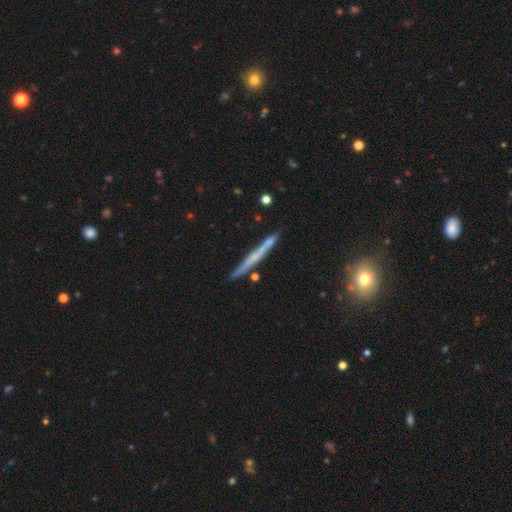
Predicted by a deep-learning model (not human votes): Smooth or featured? featured or disk (56%)
Edge-on disk? yes (97%)
Edge-on bulge? none (72%)
Merging? none (87%)